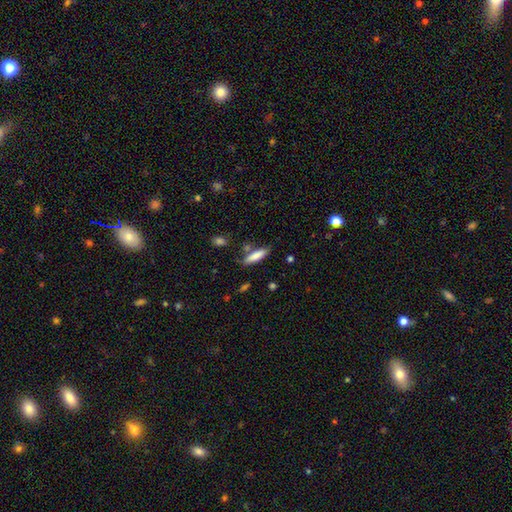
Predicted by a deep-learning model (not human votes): A smooth galaxy with no disk features (81%) that is cigar-shaped (63%).

Vote fractions:
- Smooth or featured? smooth: 81% / featured or disk: 12% / star or artifact: 7%
- How rounded? cigar-shaped: 63% / in between: 35% / round: 2%
- Merging? none: 76% / minor disturbance: 15% / merger: 6% / major disturbance: 3%